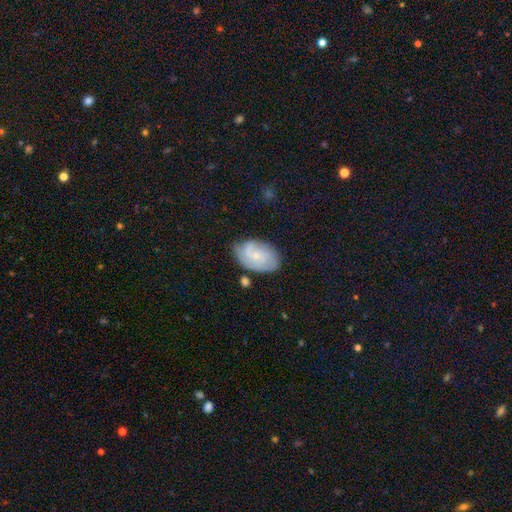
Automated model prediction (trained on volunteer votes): Q: Smooth or featured?
A: featured or disk (60%); runner-up: smooth (33%)
Q: Edge-on disk?
A: no (97%); runner-up: yes (3%)
Q: Bar?
A: no (65%); runner-up: weak (31%)
Q: Spiral arms?
A: yes (90%); runner-up: no (10%)
Q: Spiral winding?
A: tight (53%); runner-up: medium (34%)
Q: Spiral arm count?
A: can't tell (37%); runner-up: 2 (24%)
Q: Bulge size?
A: small (74%); runner-up: moderate (17%)
Q: Merging?
A: none (67%); runner-up: minor disturbance (23%)